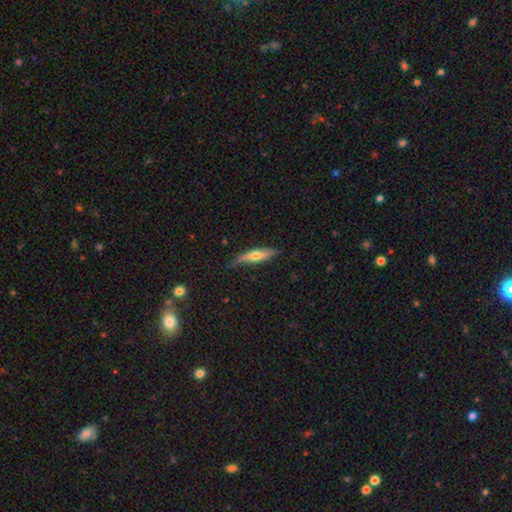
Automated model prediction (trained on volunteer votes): This is possibly a smooth galaxy (51%). How rounded: likely cigar-shaped (71%). Merging: likely none (66%).